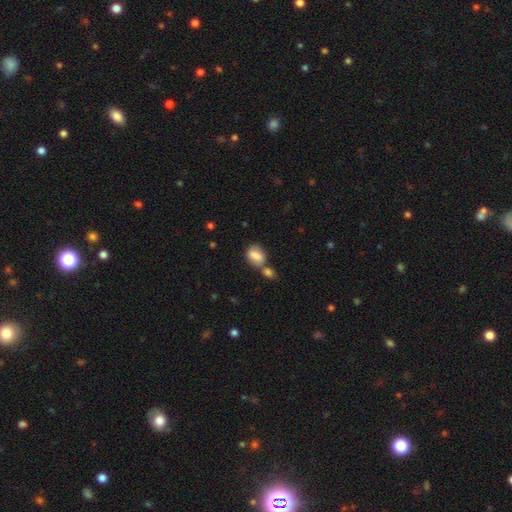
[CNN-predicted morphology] This is likely a smooth galaxy (78%). How rounded: likely in between (70%). Merging: marginally merger (42%).